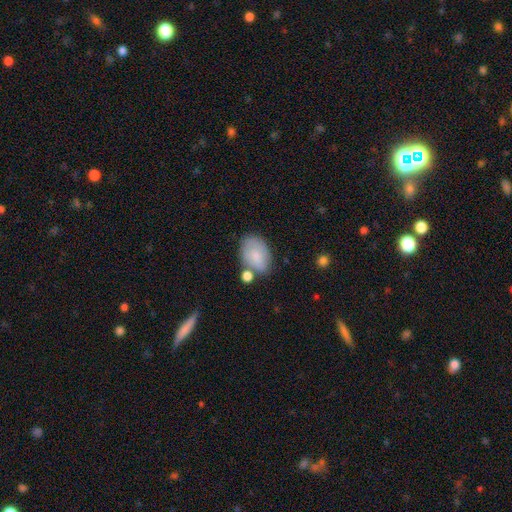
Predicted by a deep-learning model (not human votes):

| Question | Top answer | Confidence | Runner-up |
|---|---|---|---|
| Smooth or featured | smooth | 77% | featured or disk (16%) |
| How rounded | in between | 86% | round (13%) |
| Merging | none | 57% | minor disturbance (22%) |